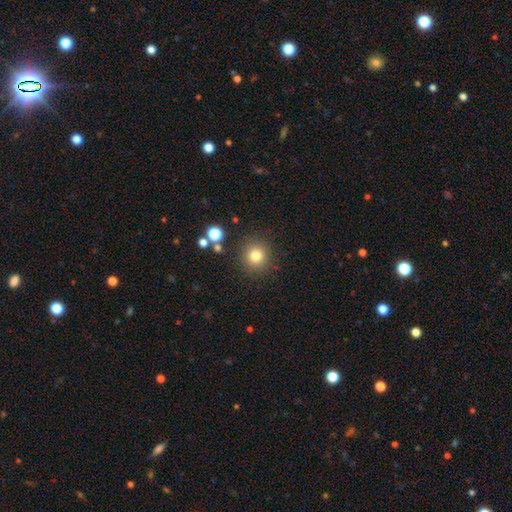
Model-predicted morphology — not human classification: A smooth galaxy with no disk features (79%) that is round (93%). Merging: none (86%).